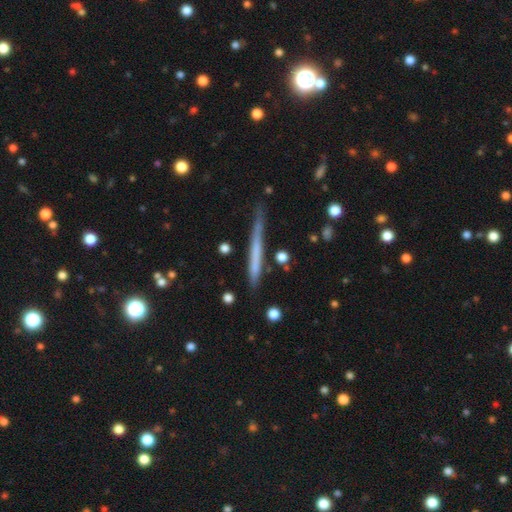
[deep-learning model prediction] A smooth galaxy with no disk features (52%) that is cigar-shaped (96%). Merging: none (74%).